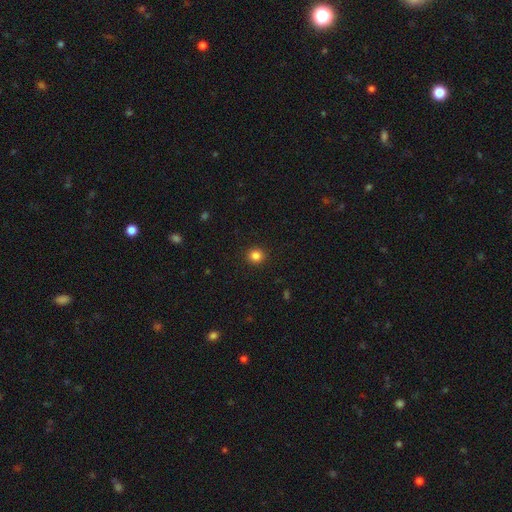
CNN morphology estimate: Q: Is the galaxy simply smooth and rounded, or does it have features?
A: smooth — 85%.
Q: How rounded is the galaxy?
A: round — 91%.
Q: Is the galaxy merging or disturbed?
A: none — 92%.